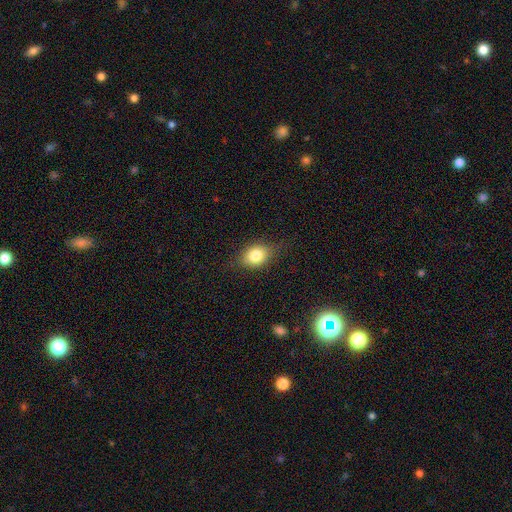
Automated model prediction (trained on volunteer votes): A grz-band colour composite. It shows a smooth galaxy with no disk features (80%) that is in between round and cigar-shaped (62%). Merging: none (74%).